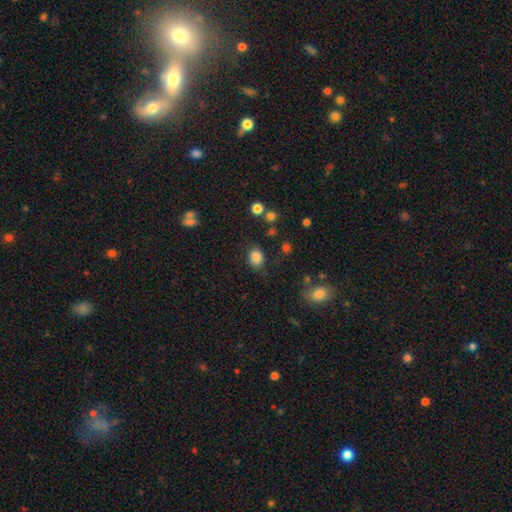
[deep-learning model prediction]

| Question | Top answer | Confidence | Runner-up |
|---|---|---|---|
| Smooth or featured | smooth | 84% | star or artifact (11%) |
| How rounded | round | 50% | in between (48%) |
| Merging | none | 73% | minor disturbance (18%) |